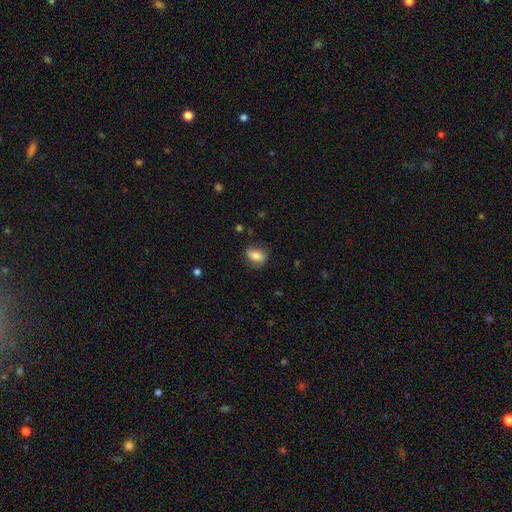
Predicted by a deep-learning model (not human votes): Q: Smooth or featured?
A: smooth (73%); runner-up: featured or disk (19%)
Q: How rounded?
A: in between (72%); runner-up: round (26%)
Q: Merging?
A: none (73%); runner-up: minor disturbance (20%)